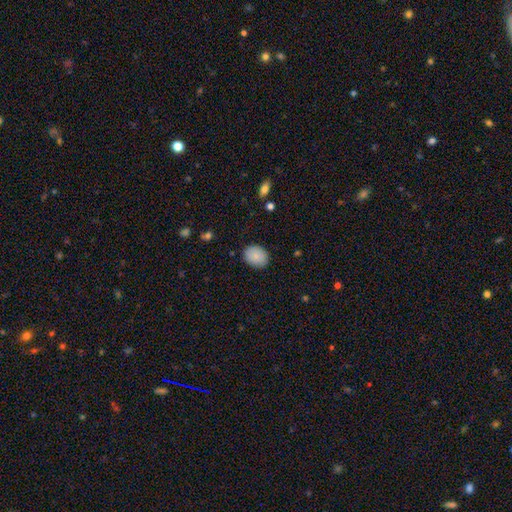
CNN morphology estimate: This appears to be a smooth galaxy with no disk features (87%) that is in between round and cigar-shaped (59%). Merging: none (86%).